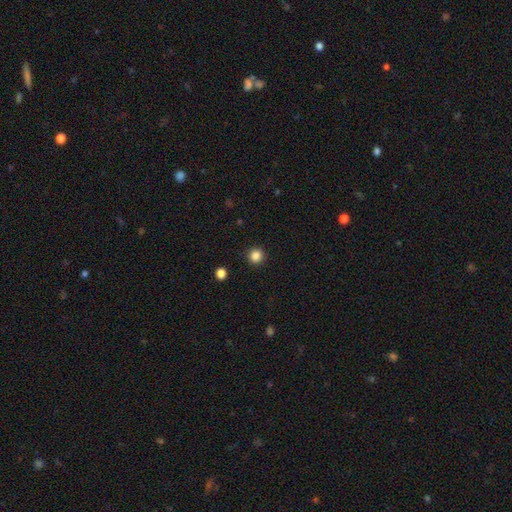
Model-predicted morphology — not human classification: smooth-or-featured: smooth: 85% | star or artifact: 11% | featured or disk: 4%
  how-rounded: round: 94% | in between: 5% | cigar-shaped: 1%
  merging: none: 92% | minor disturbance: 5% | major disturbance: 2% | merger: 1%